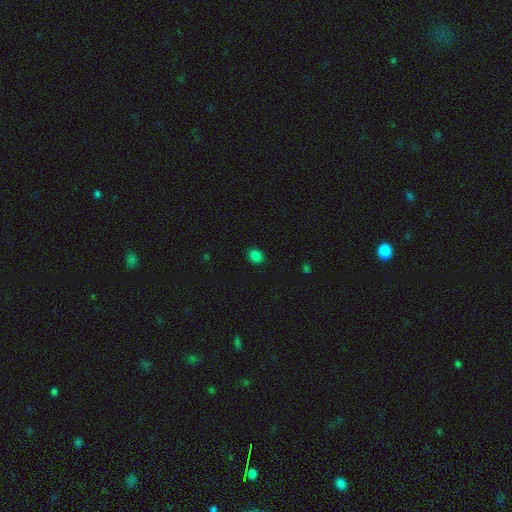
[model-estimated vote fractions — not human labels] A smooth galaxy with no disk features (83%) that is in between round and cigar-shaped (57%). Merging: none (89%).